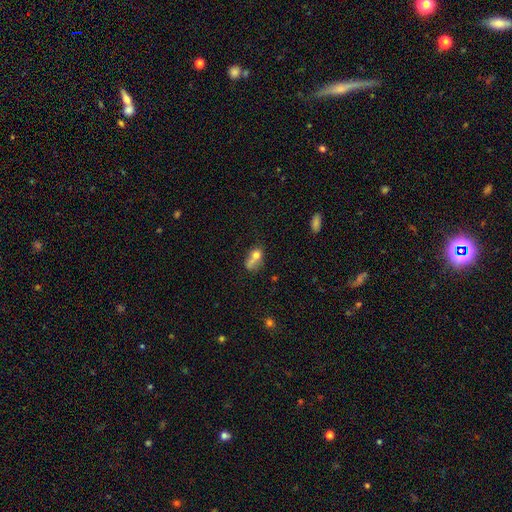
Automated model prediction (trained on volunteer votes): Smooth or featured?
  - smooth: 68% *
  - featured or disk: 19%
  - star or artifact: 12%
How rounded?
  - in between: 58% *
  - round: 38%
  - cigar-shaped: 3%
Merging?
  - merger: 45% *
  - none: 26%
  - minor disturbance: 16%
  - major disturbance: 13%